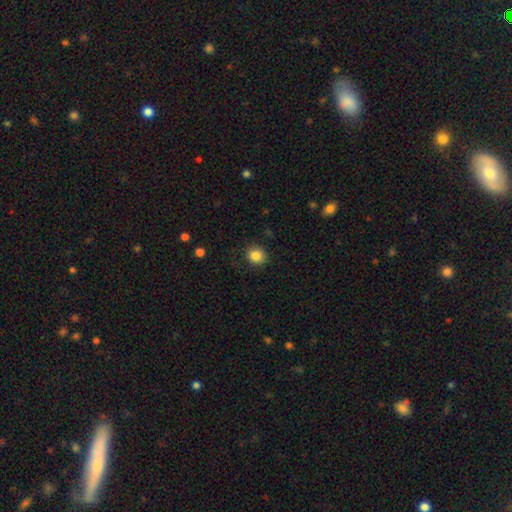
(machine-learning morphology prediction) smooth-or-featured: smooth: 86% | star or artifact: 10% | featured or disk: 4%
  how-rounded: round: 83% | in between: 17% | cigar-shaped: 1%
  merging: none: 87% | minor disturbance: 9% | major disturbance: 3% | merger: 1%